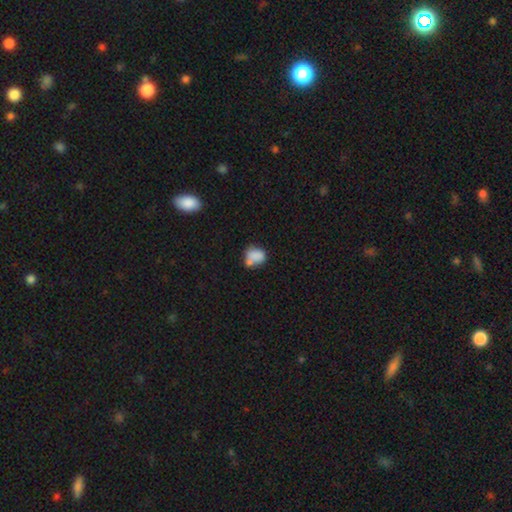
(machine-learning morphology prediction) smooth 79%, featured or disk 12%, star or artifact 10%. Down the decision tree: how rounded — in between (55%); merging — none (39%).